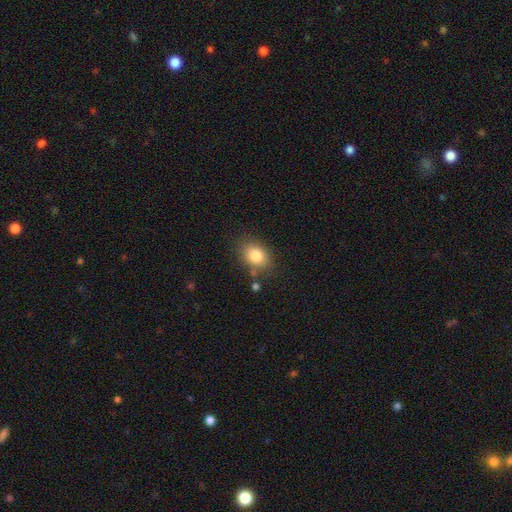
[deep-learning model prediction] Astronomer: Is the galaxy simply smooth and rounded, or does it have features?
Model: smooth — 82%.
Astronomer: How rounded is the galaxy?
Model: in between — 66%.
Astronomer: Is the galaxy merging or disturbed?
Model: none — 77%.